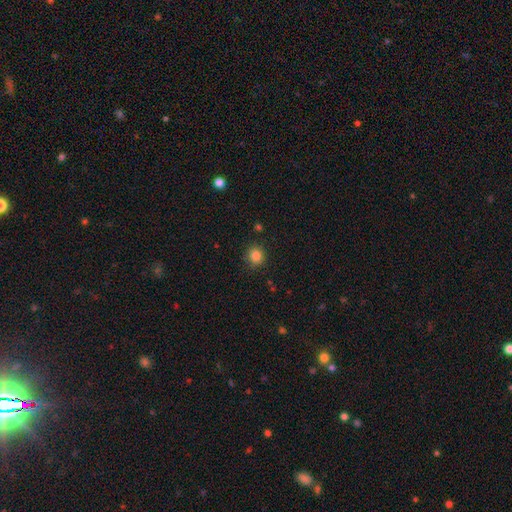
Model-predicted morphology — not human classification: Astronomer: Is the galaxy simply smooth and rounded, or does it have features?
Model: smooth — 85%.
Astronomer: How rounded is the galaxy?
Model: round — 87%.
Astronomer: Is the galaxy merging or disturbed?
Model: none — 87%.